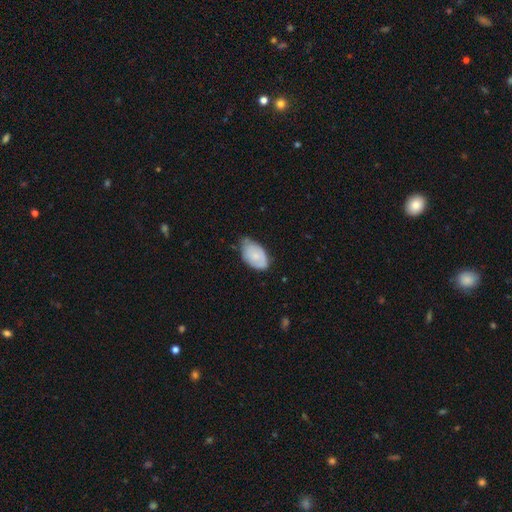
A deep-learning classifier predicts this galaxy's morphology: Smooth or featured? smooth (69%)
How rounded? in between (93%)
Merging? none (48%)